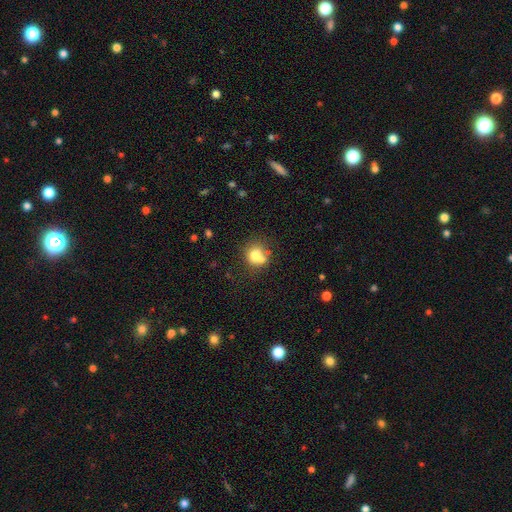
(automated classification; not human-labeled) smooth 70%, featured or disk 18%, star or artifact 11%. Down the decision tree: how rounded — round (75%); merging — none (42%).